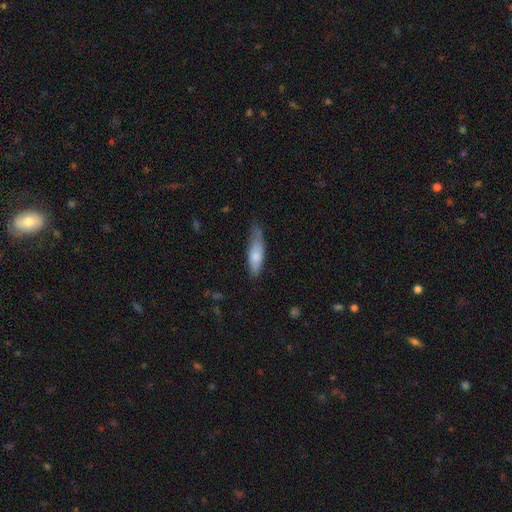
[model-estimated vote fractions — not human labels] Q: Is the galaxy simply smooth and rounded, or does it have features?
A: smooth — 75%.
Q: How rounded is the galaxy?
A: cigar-shaped — 60%.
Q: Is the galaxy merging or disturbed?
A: none — 53%.